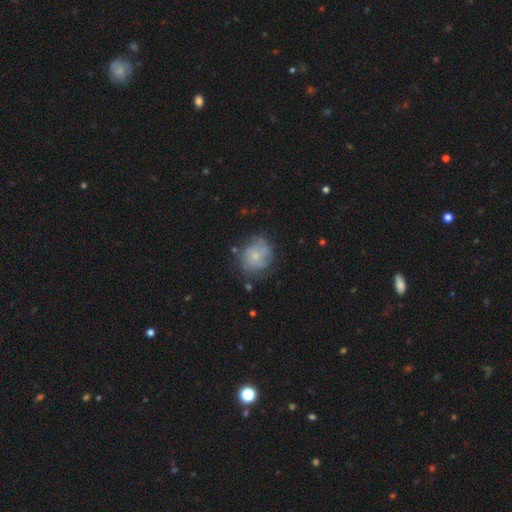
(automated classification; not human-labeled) Q: Smooth or featured?
A: smooth (47%); runner-up: featured or disk (43%)
Q: Merging?
A: none (58%); runner-up: minor disturbance (25%)